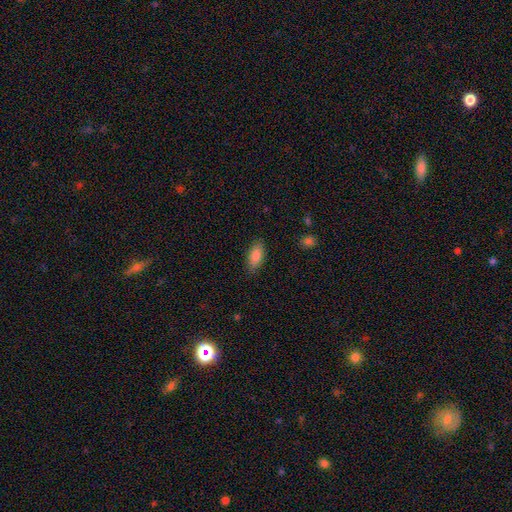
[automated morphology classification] type=smooth (85%); roundness=in between (86%); merging=none (84%).